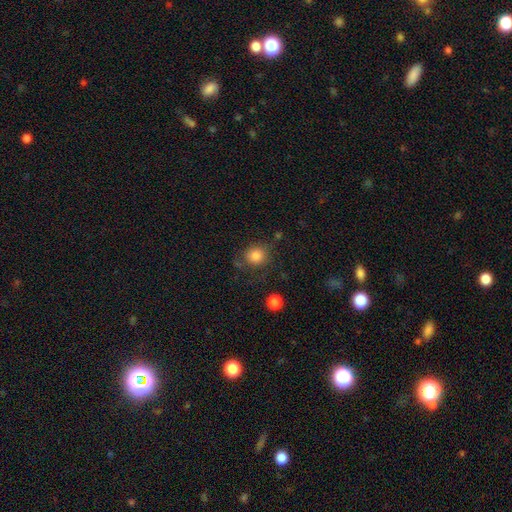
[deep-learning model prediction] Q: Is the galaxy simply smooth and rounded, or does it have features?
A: smooth — 83%.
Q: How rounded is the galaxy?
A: round — 84%.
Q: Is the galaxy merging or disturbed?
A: none — 74%.